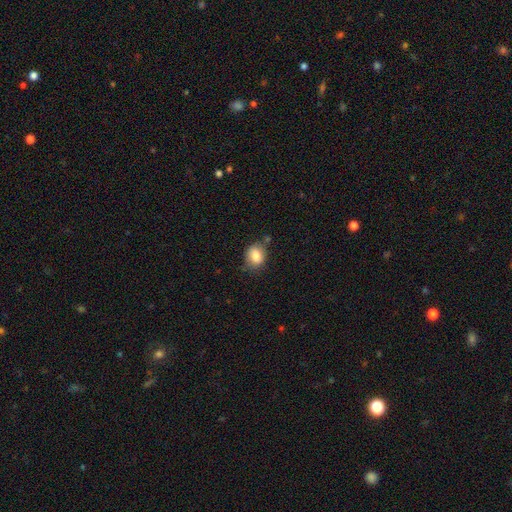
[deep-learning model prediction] Smooth or featured: smooth — 82% (featured or disk — 9%)
How rounded: in between — 53% (round — 45%)
Merging: none — 61% (minor disturbance — 26%)